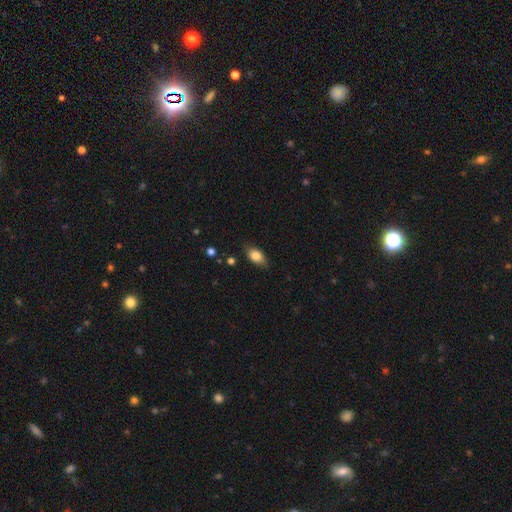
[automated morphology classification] Q: Smooth or featured?
A: smooth (82%); runner-up: featured or disk (10%)
Q: How rounded?
A: in between (87%); runner-up: round (9%)
Q: Merging?
A: none (78%); runner-up: minor disturbance (17%)